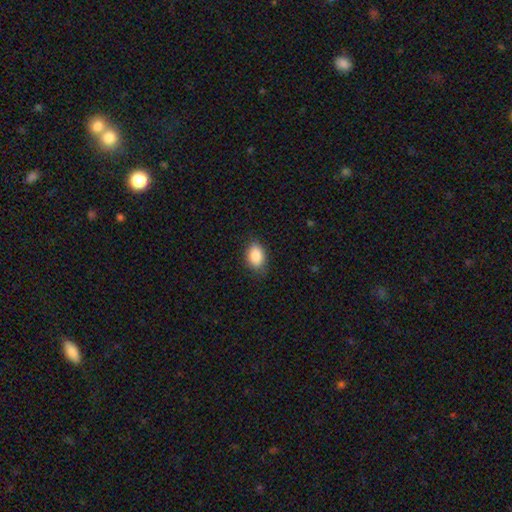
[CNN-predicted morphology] Q: Smooth or featured?
A: smooth (87%); runner-up: star or artifact (7%)
Q: How rounded?
A: in between (85%); runner-up: round (14%)
Q: Merging?
A: none (79%); runner-up: minor disturbance (16%)